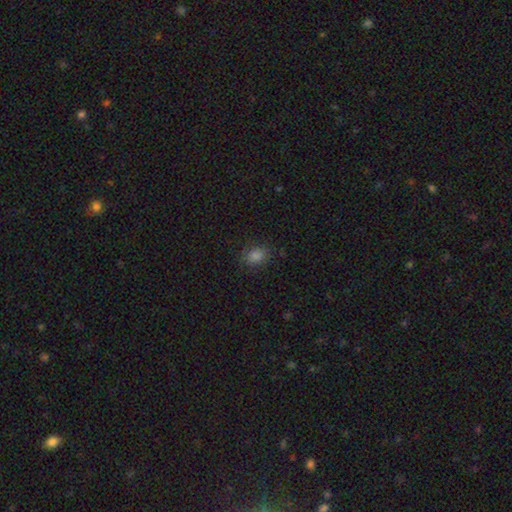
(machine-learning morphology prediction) smooth-or-featured: smooth: 81% | star or artifact: 15% | featured or disk: 4%
  how-rounded: in between: 69% | round: 29% | cigar-shaped: 1%
  merging: none: 84% | minor disturbance: 12% | major disturbance: 3% | merger: 1%